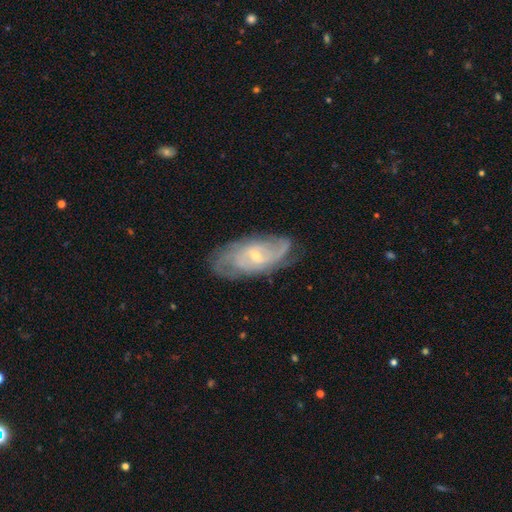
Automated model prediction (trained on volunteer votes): A featured or disk galaxy (82%) with no bar (58%), tight (51%) spiral arms (93%) and a small central bulge (69%).

Vote fractions:
- Smooth or featured? featured or disk: 82% / smooth: 12% / star or artifact: 6%
- Edge-on disk? no: 92% / yes: 8%
- Bar? no: 58% / weak: 35% / strong: 7%
- Spiral arms? yes: 93% / no: 7%
- Spiral winding? tight: 51% / medium: 36% / loose: 13%
- Spiral arm count? can't tell: 38% / 2: 30% / 3: 15% / 4: 8% / 1: 5% / more than 4: 4%
- Bulge size? small: 69% / moderate: 28% / none: 1% / large: 1% / dominant: 1%
- Merging? none: 73% / minor disturbance: 19% / major disturbance: 7% / merger: 1%